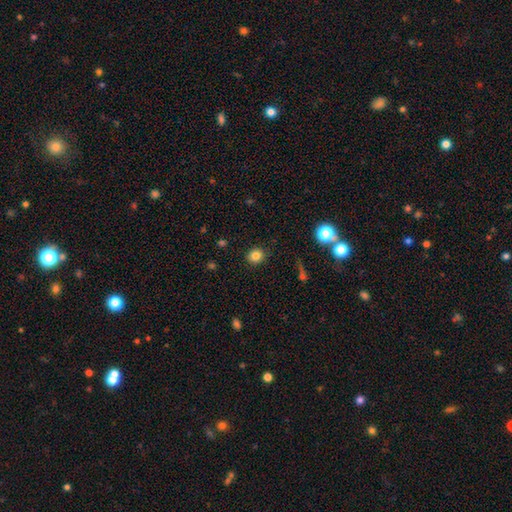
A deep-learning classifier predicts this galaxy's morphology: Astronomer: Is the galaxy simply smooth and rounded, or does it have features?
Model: smooth — 82%.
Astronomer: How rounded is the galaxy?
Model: round — 82%.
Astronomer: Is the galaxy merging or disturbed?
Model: none — 90%.